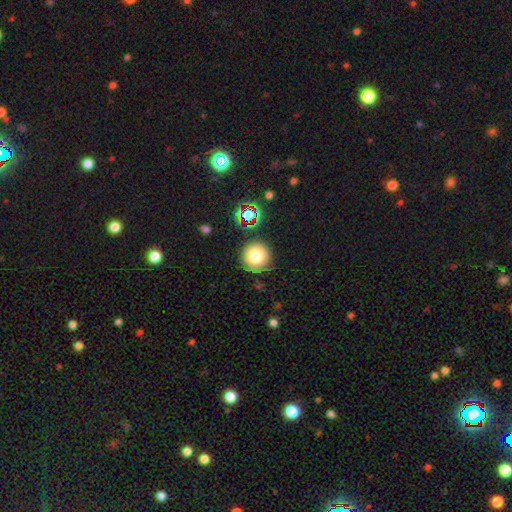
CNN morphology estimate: type=smooth (76%); roundness=round (95%); merging=none (85%).